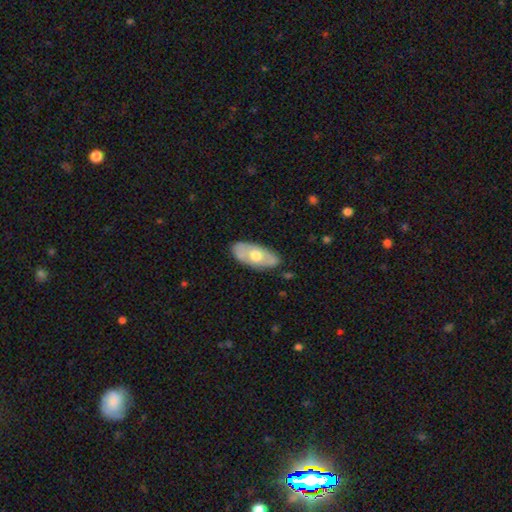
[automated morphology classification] This appears to be a smooth galaxy with no disk features (49%). Merging: none (81%).